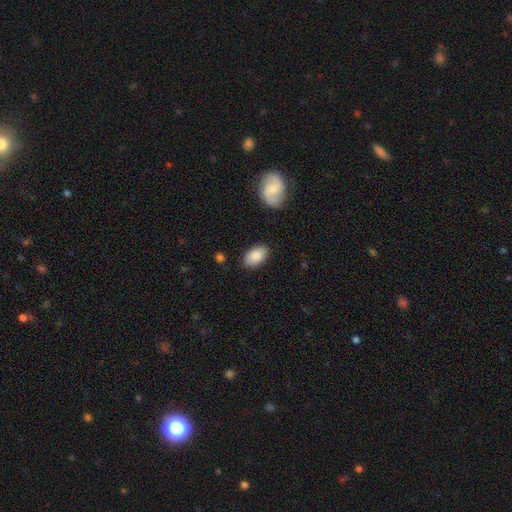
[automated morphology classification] This is clearly a smooth galaxy (86%). How rounded: clearly in between (93%). Merging: clearly none (85%).